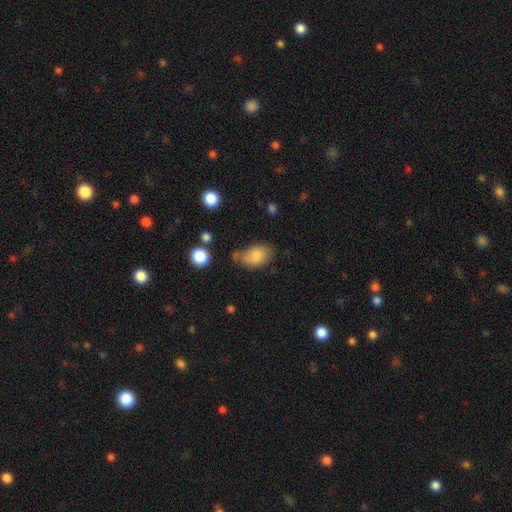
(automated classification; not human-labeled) smooth 82%, featured or disk 10%, star or artifact 8%. Down the decision tree: how rounded — in between (87%); merging — none (46%).